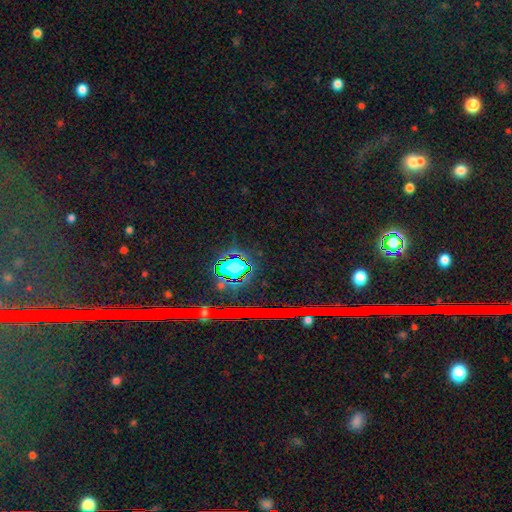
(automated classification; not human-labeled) This appears to be a star or artifact, not a galaxy (81%).